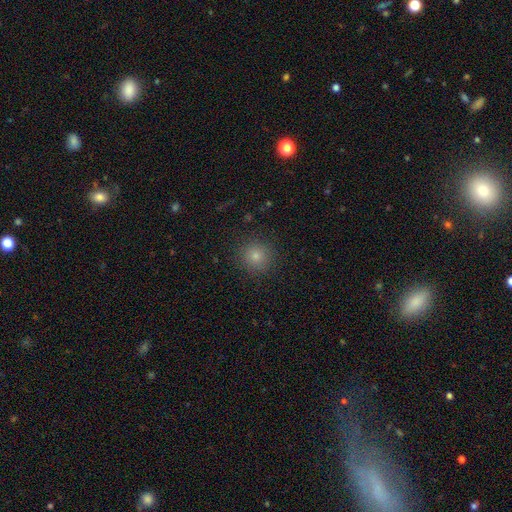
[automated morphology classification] smooth_or_featured: smooth (p=0.76) [alt: star or artifact p=0.17]
how_rounded: round (p=0.95) [alt: in between p=0.04]
merging: none (p=0.91) [alt: minor disturbance p=0.06]